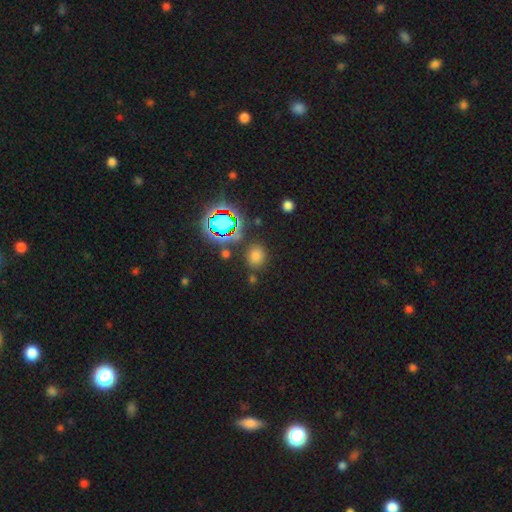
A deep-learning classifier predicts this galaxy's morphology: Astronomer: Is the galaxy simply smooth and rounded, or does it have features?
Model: smooth — 69%.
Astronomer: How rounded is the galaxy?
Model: round — 71%.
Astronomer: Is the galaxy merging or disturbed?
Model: none — 81%.